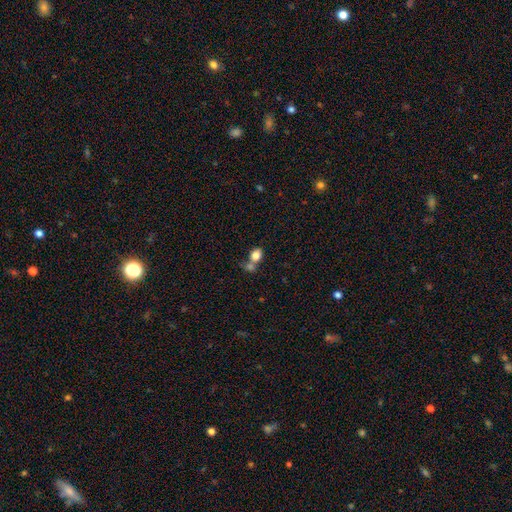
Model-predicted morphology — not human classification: Overall: smooth (81%). How rounded: in between (54%; round 44%). Merging: merger (46%; none 39%).